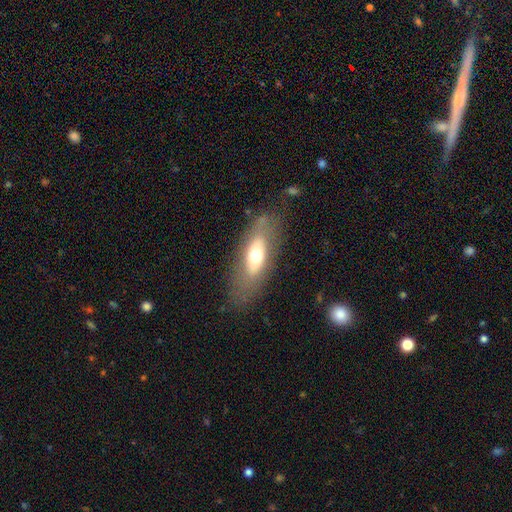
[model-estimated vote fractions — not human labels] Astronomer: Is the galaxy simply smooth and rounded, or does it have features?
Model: smooth — 49% (runner-up: featured or disk, 44%).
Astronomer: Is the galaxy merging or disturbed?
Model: none — 76%.